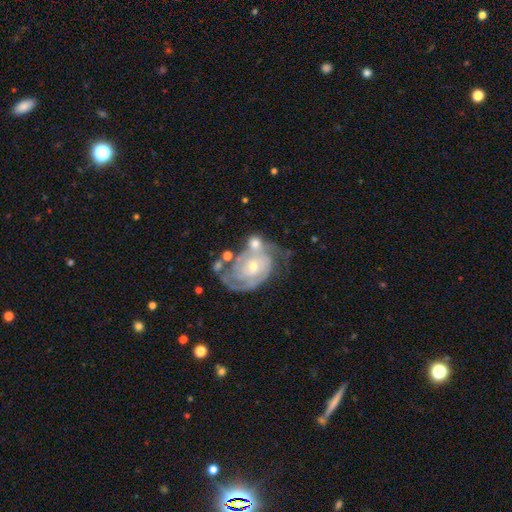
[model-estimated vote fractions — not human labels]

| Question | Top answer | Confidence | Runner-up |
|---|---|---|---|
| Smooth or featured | featured or disk | 85% | smooth (8%) |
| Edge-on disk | no | 97% | yes (3%) |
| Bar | no | 71% | weak (23%) |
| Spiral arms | yes | 93% | no (7%) |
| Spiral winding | tight | 63% | medium (28%) |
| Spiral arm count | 2 | 44% | can't tell (28%) |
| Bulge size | small | 57% | moderate (39%) |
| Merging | none | 43% | minor disturbance (21%) |